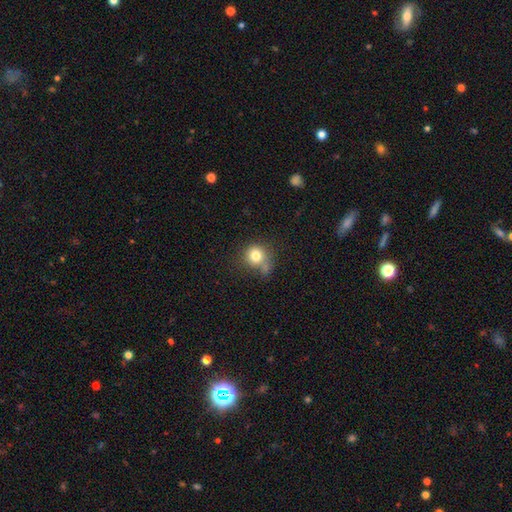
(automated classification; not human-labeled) smooth_or_featured: smooth (p=0.79) [alt: star or artifact p=0.11]
how_rounded: round (p=0.86) [alt: in between p=0.13]
merging: none (p=0.52) [alt: minor disturbance p=0.20]